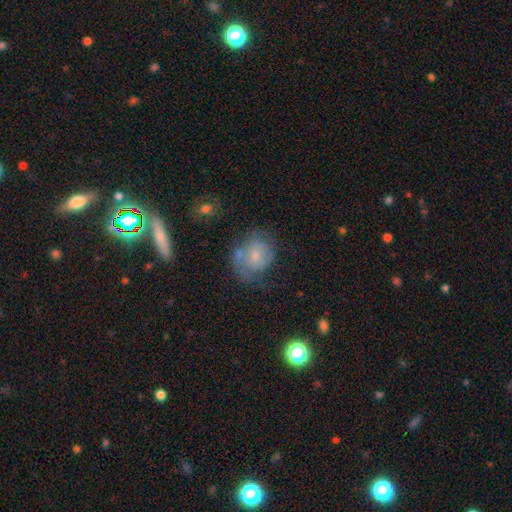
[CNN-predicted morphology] smooth 49%, featured or disk 41%, star or artifact 10%. Down the decision tree: merging — none (47%).